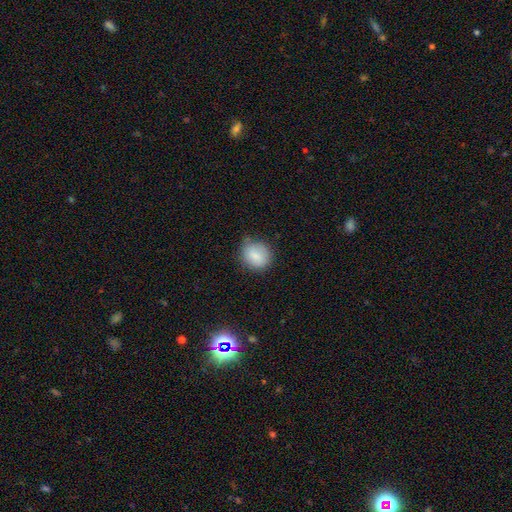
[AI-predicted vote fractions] Morphology: type=smooth (84%); roundness=round (72%); merging=none (71%).